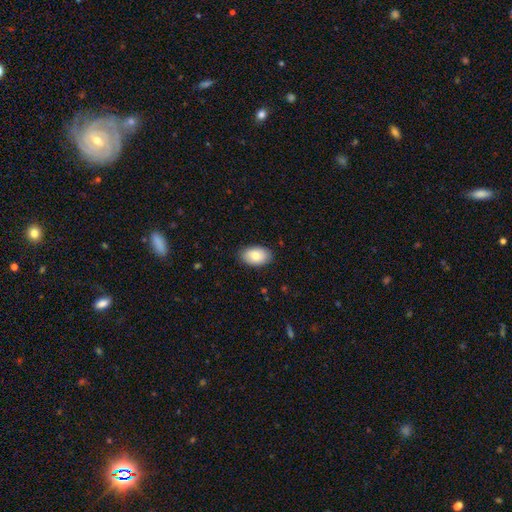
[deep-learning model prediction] The model was most divided on "smooth or featured": smooth: 80%, featured or disk: 14%, star or artifact: 6%. More confident: how rounded — in between (92%); merging — none (86%).